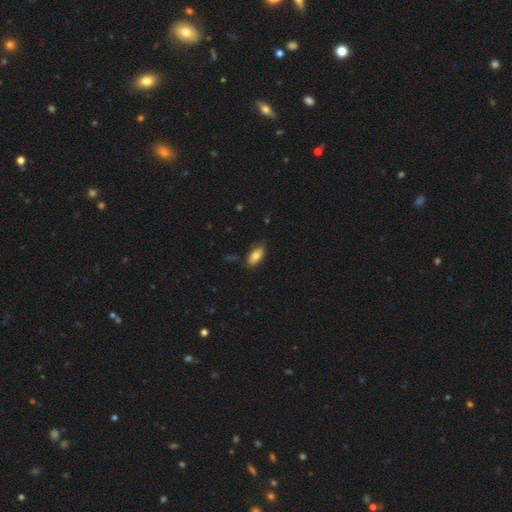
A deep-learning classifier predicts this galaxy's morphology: Smooth or featured? smooth (81%)
How rounded? in between (89%)
Merging? none (79%)